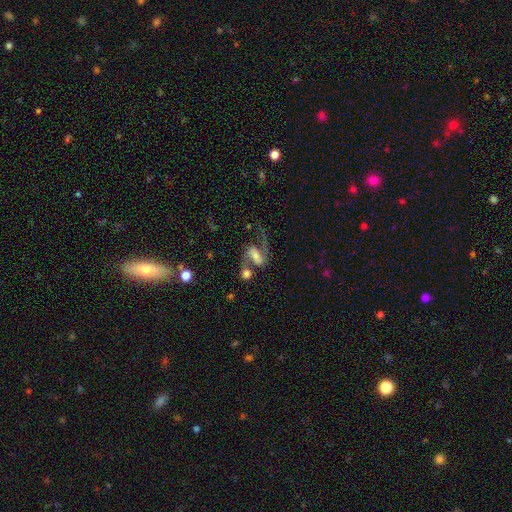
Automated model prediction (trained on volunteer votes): Smooth or featured: featured or disk — 67% (smooth — 22%)
Edge-on disk: no — 94% (yes — 6%)
Bar: weak — 38% (strong — 37%)
Spiral arms: yes — 86% (no — 14%)
Spiral winding: loose — 64% (medium — 29%)
Spiral arm count: 2 — 78% (1 — 15%)
Bulge size: moderate — 36% (small — 30%)
Merging: none — 36% (merger — 30%)